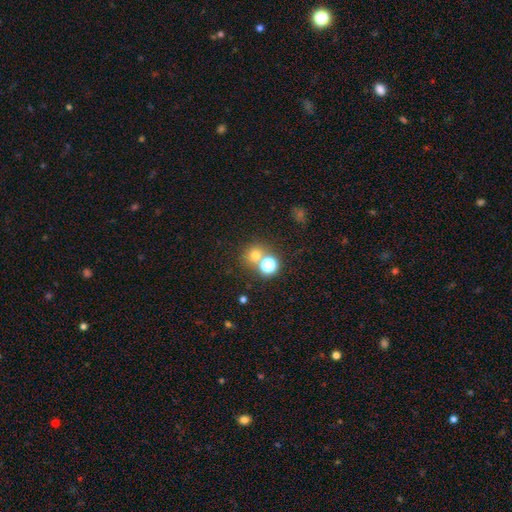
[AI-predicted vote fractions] This is likely a smooth galaxy (68%). How rounded: clearly round (83%). Merging: possibly none (60%).